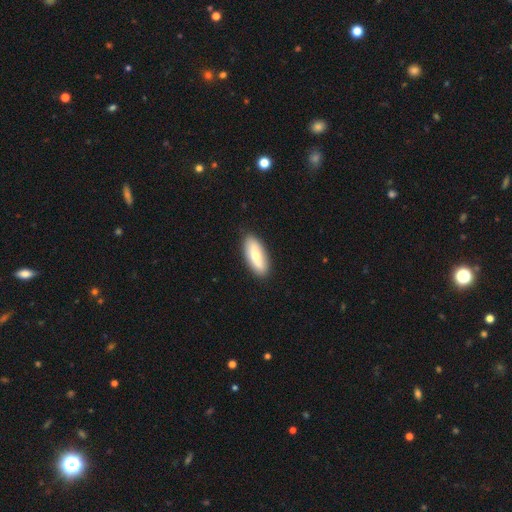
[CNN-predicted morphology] This appears to be a smooth galaxy with no disk features (65%) that is in between round and cigar-shaped (78%). Merging: none (88%).